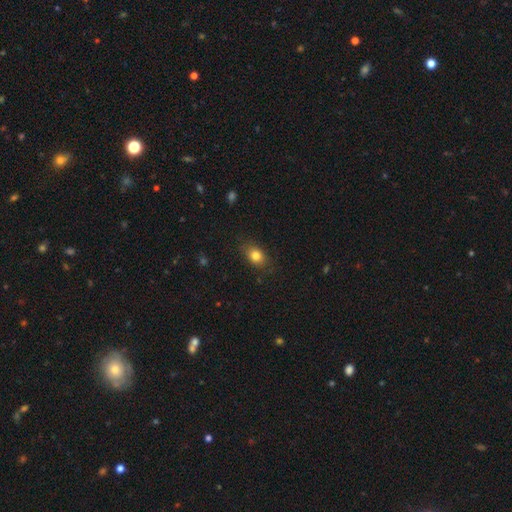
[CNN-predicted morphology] Smooth or featured? smooth (81%)
How rounded? in between (67%)
Merging? none (80%)